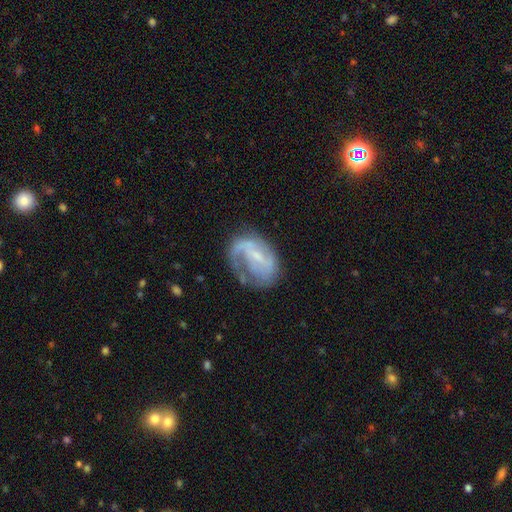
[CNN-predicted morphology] A featured or disk galaxy (76%) with a weak bar (48%), 1 (41%) medium (40%) spiral arms (84%) and a small central bulge (60%).

Vote fractions:
- Smooth or featured? featured or disk: 76% / smooth: 18% / star or artifact: 7%
- Edge-on disk? no: 97% / yes: 3%
- Bar? weak: 48% / no: 33% / strong: 19%
- Spiral arms? yes: 84% / no: 16%
- Spiral winding? medium: 40% / loose: 32% / tight: 28%
- Spiral arm count? 1: 41% / 2: 36% / can't tell: 16% / 3: 4% / 4: 1% / more than 4: 1%
- Bulge size? small: 60% / moderate: 20% / none: 17% / large: 2% / dominant: 1%
- Merging? none: 46% / major disturbance: 27% / minor disturbance: 25% / merger: 3%